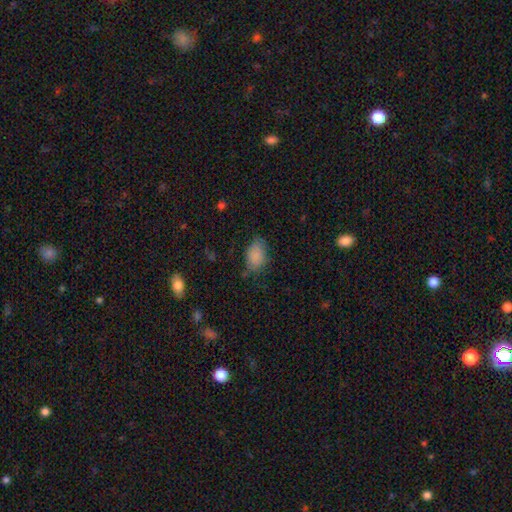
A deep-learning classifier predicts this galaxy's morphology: Smooth or featured: smooth — 86% (star or artifact — 8%)
How rounded: in between — 87% (round — 12%)
Merging: none — 68% (minor disturbance — 24%)